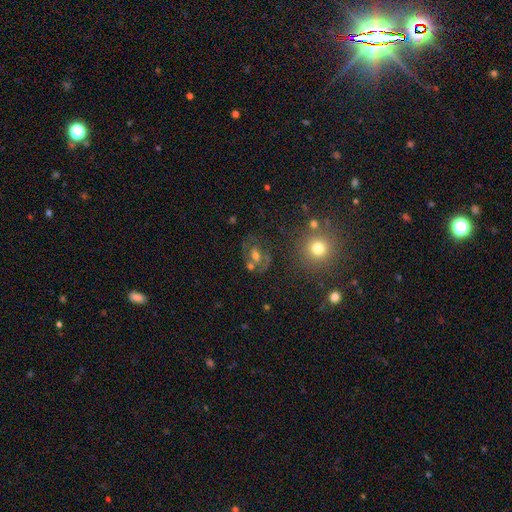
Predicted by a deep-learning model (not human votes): Smooth or featured?
  - featured or disk: 51% *
  - smooth: 33%
  - star or artifact: 16%
Edge-on disk?
  - no: 96% *
  - yes: 4%
Merging?
  - none: 54% *
  - minor disturbance: 17%
  - merger: 16%
  - major disturbance: 12%